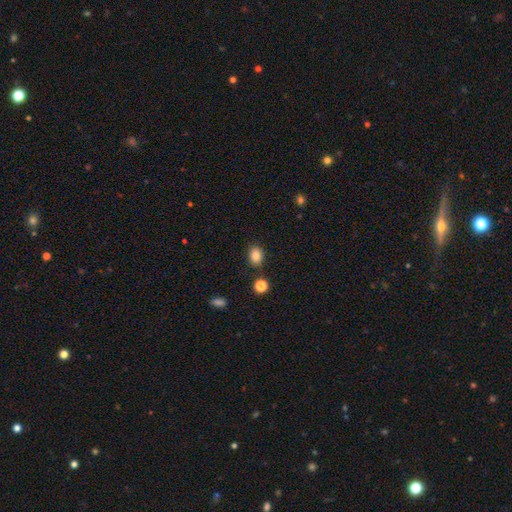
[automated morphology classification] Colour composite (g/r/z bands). It shows a smooth galaxy with no disk features (85%) that is in between round and cigar-shaped (59%). Merging: none (83%).